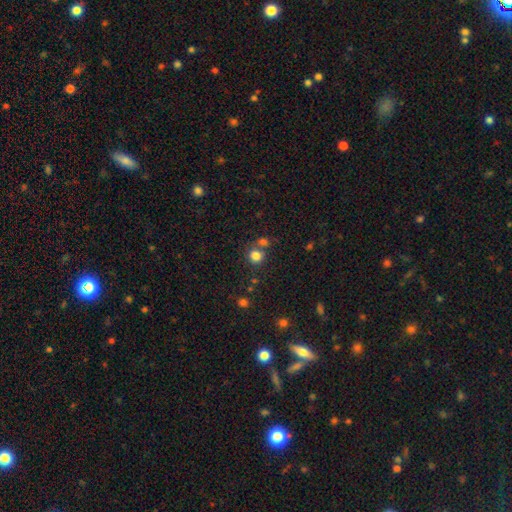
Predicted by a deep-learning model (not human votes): Smooth or featured? smooth (80%)
How rounded? round (87%)
Merging? none (63%)